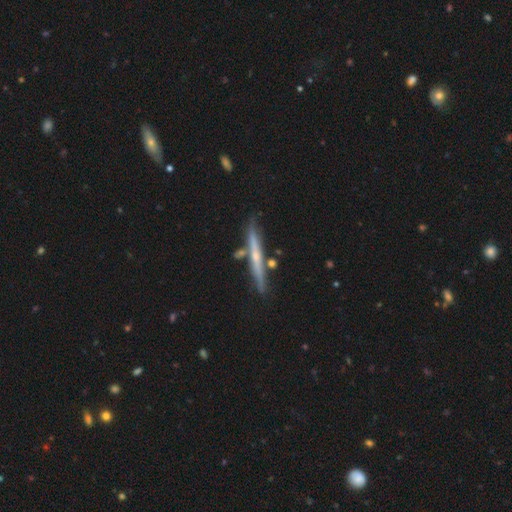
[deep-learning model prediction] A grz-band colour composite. It shows a featured or disk galaxy (63%) viewed edge-on (96%) with a rounded central bulge (54%). Merging: none (80%).